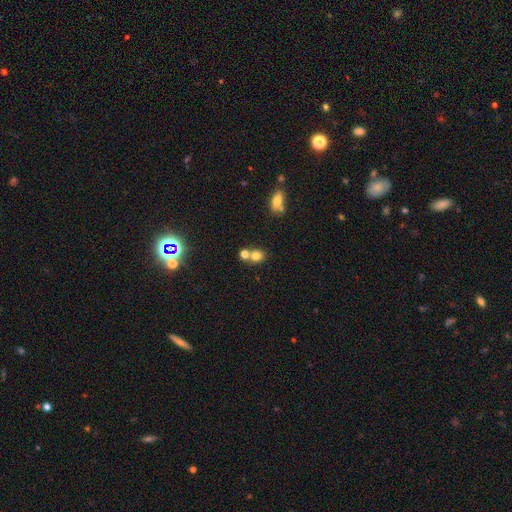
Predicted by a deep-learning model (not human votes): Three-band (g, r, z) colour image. It shows a smooth galaxy with no disk features (76%) that is round (71%). Merging: none (51%).